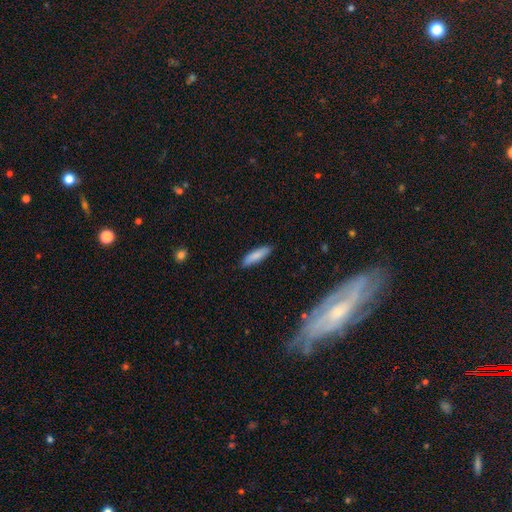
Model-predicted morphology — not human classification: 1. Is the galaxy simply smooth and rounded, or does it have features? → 83% smooth, 11% featured or disk, 6% star or artifact.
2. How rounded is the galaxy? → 67% cigar-shaped, 32% in between, 2% round.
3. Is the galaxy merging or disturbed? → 87% none, 10% minor disturbance, 2% major disturbance, 1% merger.